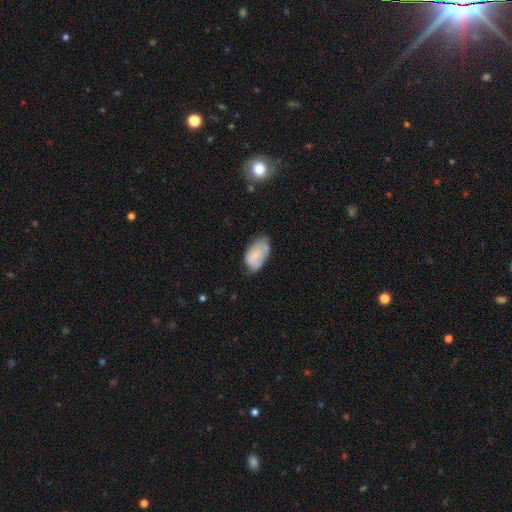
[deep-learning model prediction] This appears to be a smooth galaxy with no disk features (67%) that is in between round and cigar-shaped (94%). Merging: none (44%).